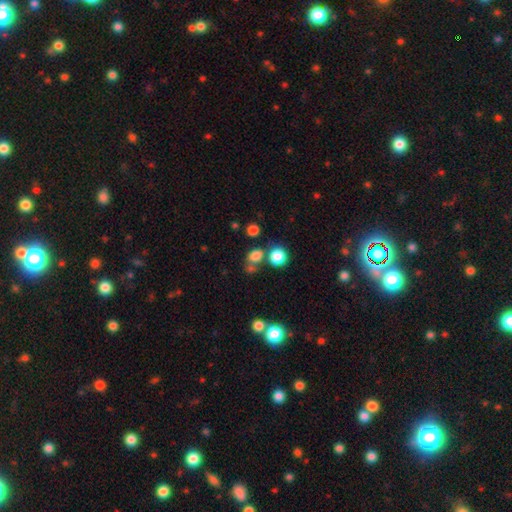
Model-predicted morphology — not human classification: Smooth or featured? smooth (77%)
How rounded? round (61%)
Merging? none (59%)